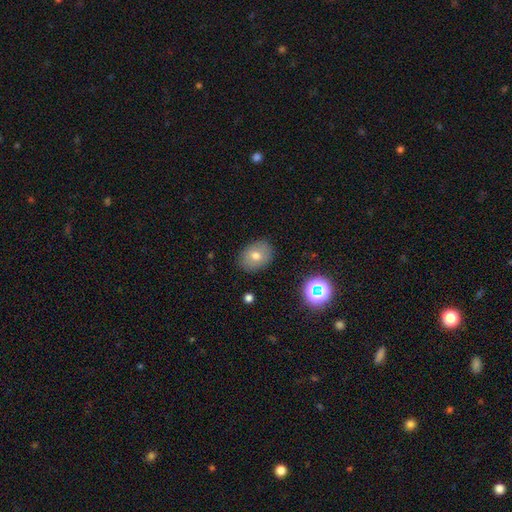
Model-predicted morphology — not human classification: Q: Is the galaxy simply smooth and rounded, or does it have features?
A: smooth — 71%.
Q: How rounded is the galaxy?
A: in between — 63%.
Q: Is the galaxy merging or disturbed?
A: none — 86%.